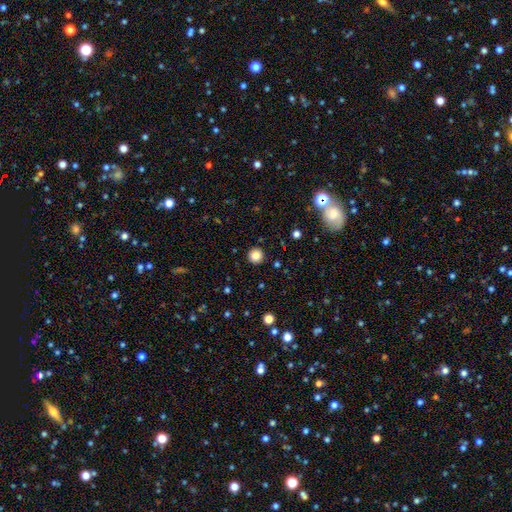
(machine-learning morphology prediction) Overall: smooth (83%). How rounded: round (95%). Merging: none (92%).